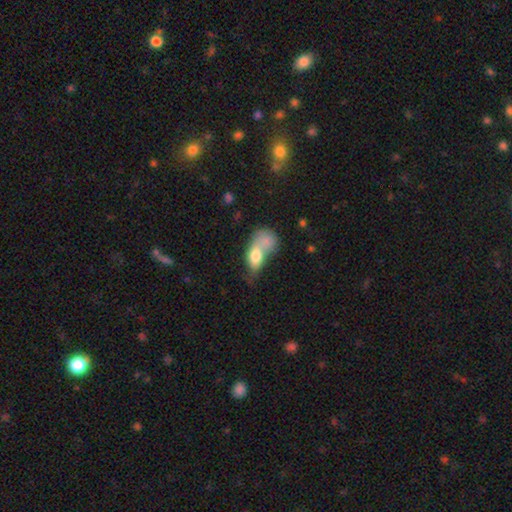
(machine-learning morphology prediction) Overall: smooth (72%). How rounded: in between (77%). Merging: merger (58%).